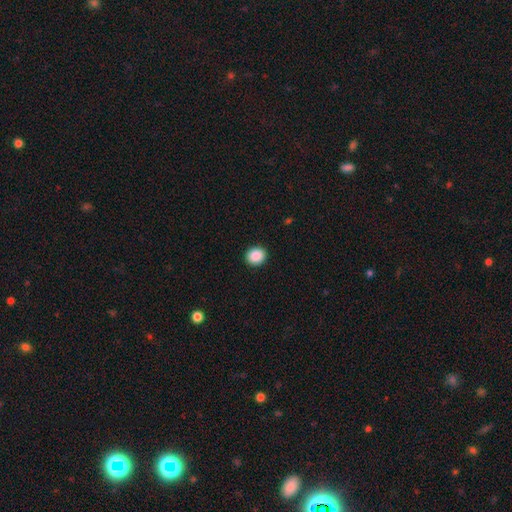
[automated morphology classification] smooth 89%, star or artifact 8%, featured or disk 3%. Down the decision tree: how rounded — round (76%); merging — none (91%).